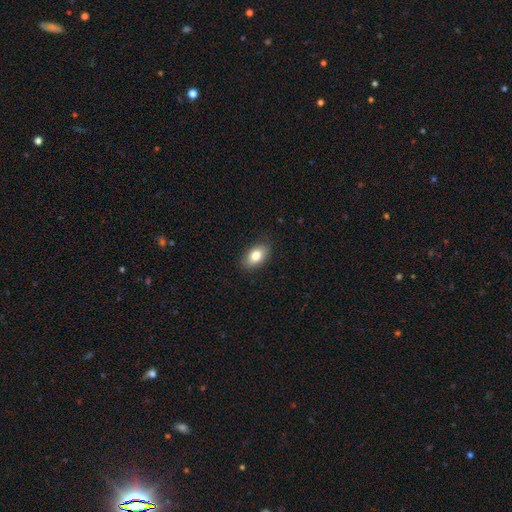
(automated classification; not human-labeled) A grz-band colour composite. It shows a smooth galaxy with no disk features (80%) that is in between round and cigar-shaped (89%). Merging: none (87%).